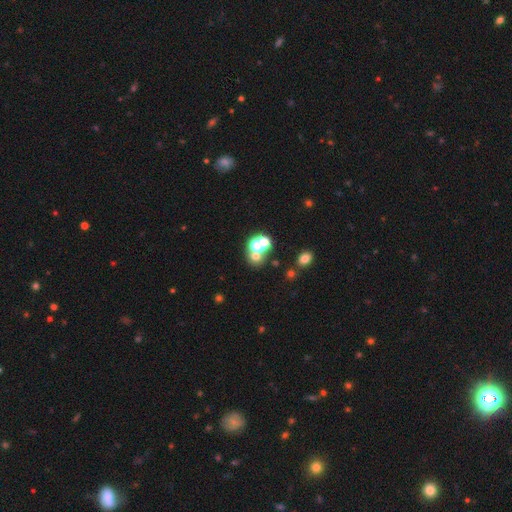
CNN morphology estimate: type=smooth (53%); roundness=round (69%); merging=merger (49%).